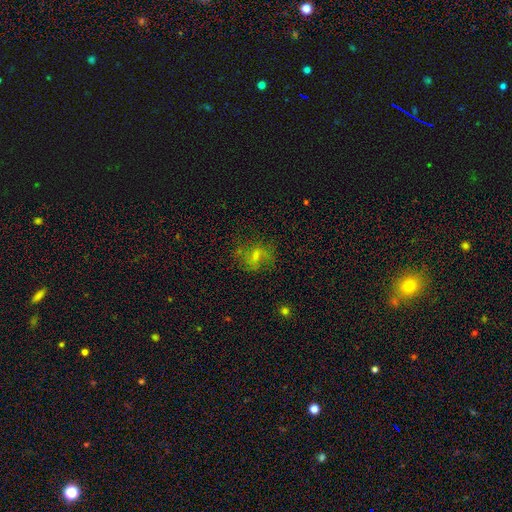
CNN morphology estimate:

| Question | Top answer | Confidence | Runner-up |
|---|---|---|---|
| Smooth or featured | featured or disk | 42% | smooth (41%) |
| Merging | none | 57% | minor disturbance (20%) |